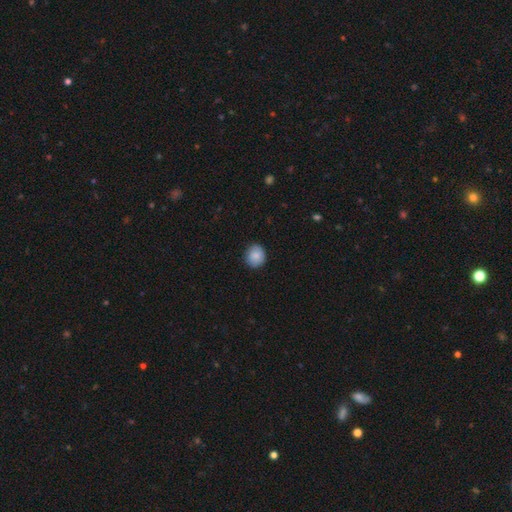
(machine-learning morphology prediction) Smooth or featured? smooth (86%)
How rounded? round (81%)
Merging? none (86%)